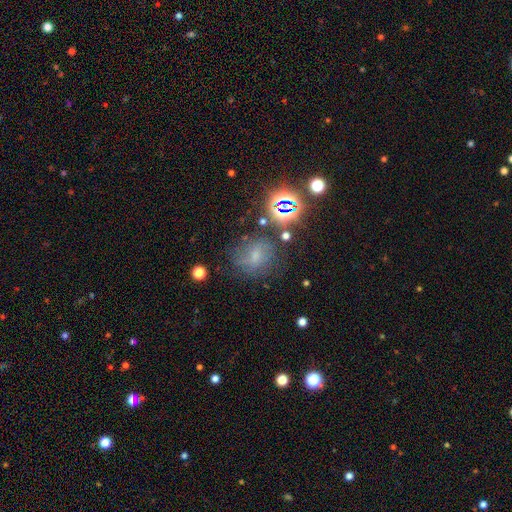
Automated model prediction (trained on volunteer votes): The model was most divided on "smooth or featured": smooth: 46%, star or artifact: 28%, featured or disk: 26%. More confident: merging — none (58%).